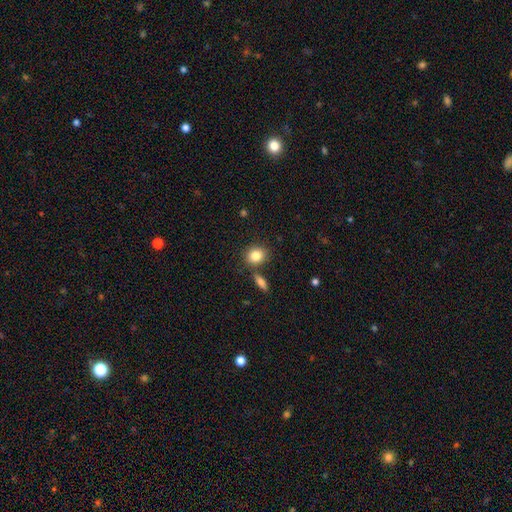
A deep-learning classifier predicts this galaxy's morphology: Overall: smooth (84%). How rounded: round (59%; in between 40%). Merging: none (73%).